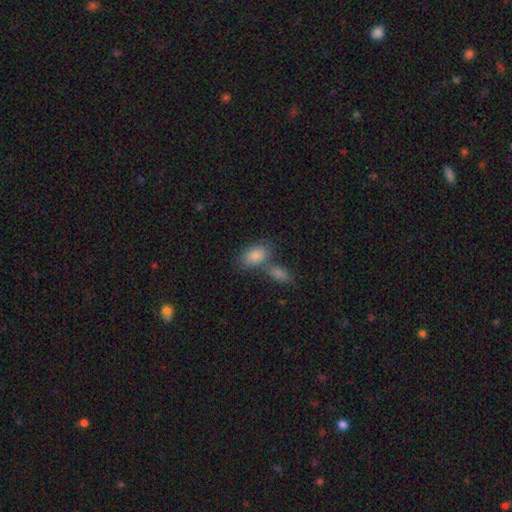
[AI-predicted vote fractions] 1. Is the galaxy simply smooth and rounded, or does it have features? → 83% smooth, 9% featured or disk, 8% star or artifact.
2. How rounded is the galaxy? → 89% in between, 8% round, 2% cigar-shaped.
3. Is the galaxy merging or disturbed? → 48% none, 37% merger, 11% minor disturbance, 4% major disturbance.